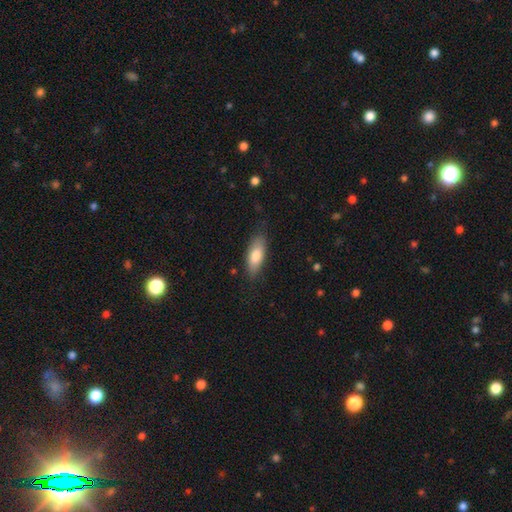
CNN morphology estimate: Smooth or featured? smooth (80%)
How rounded? in between (76%)
Merging? none (76%)